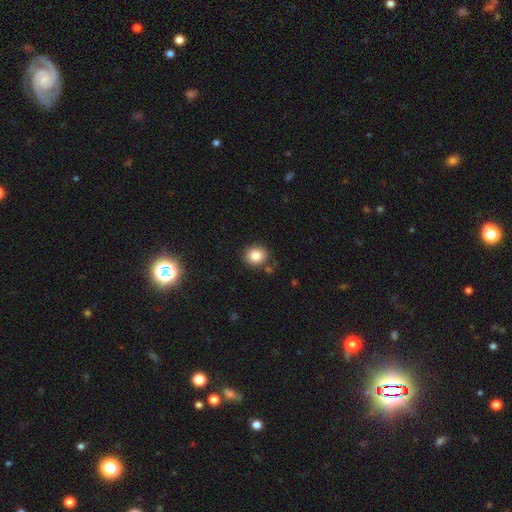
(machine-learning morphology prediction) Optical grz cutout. It shows a smooth galaxy with no disk features (83%) that is round (79%). Merging: none (85%).